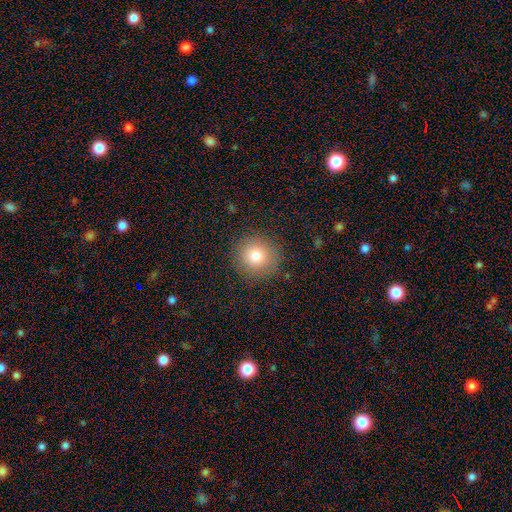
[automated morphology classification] Smooth or featured? Predicted: smooth (p=0.79). How rounded? Predicted: round (p=0.93). Merging? Predicted: none (p=0.89).